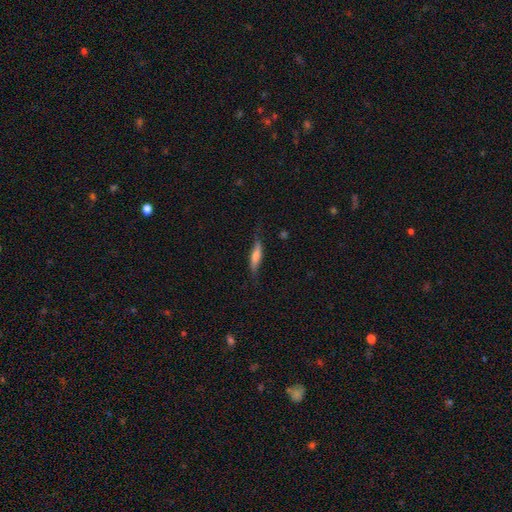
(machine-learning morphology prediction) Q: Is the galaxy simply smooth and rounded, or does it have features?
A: smooth — 59%.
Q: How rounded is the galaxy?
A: cigar-shaped — 76%.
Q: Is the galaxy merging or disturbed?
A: none — 66%.